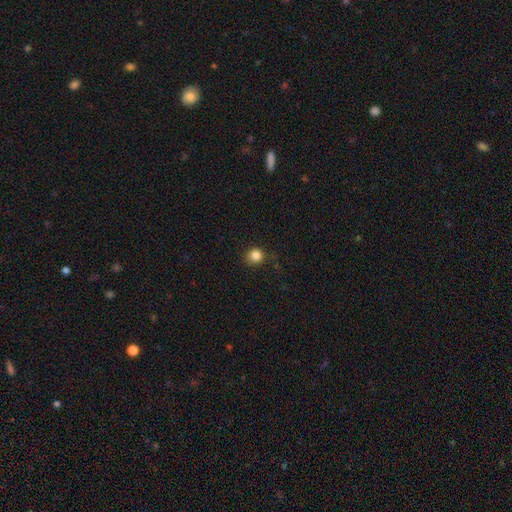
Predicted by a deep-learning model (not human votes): Smooth or featured? Predicted: smooth (p=0.84). How rounded? Predicted: round (p=0.87). Merging? Predicted: none (p=0.81).